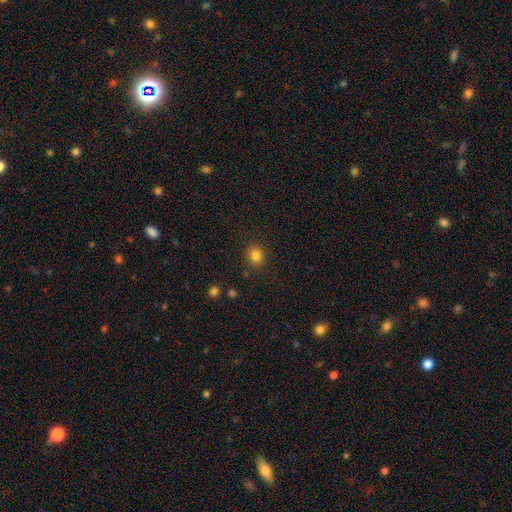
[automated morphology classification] type=smooth (83%); roundness=round (85%); merging=none (89%).